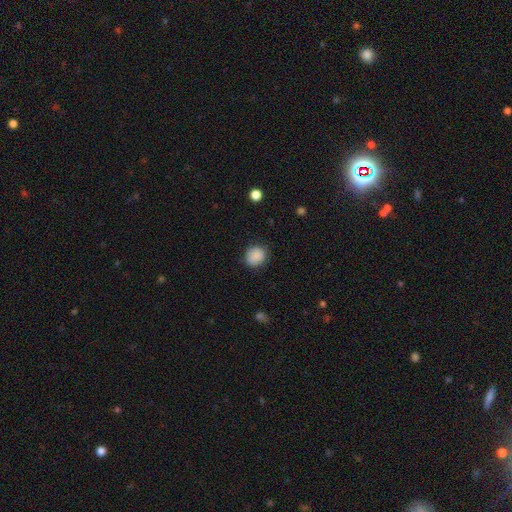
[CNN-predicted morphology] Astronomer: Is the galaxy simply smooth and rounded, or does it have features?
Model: smooth — 87%.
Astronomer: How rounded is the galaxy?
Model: round — 74%.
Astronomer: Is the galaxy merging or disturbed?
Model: none — 78%.